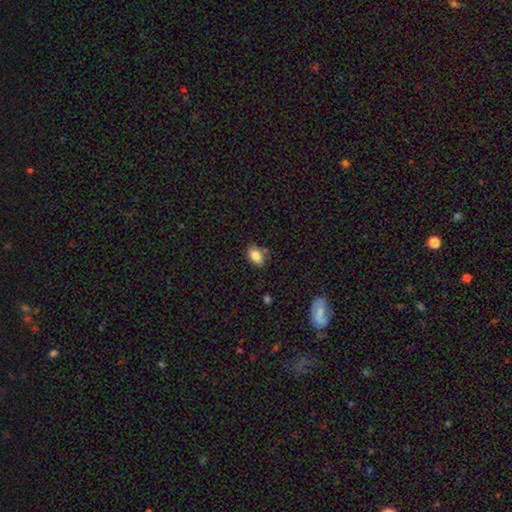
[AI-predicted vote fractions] A smooth galaxy with no disk features (84%) that is in between round and cigar-shaped (88%).

Vote fractions:
- Smooth or featured? smooth: 84% / star or artifact: 8% / featured or disk: 8%
- How rounded? in between: 88% / round: 10% / cigar-shaped: 2%
- Merging? none: 72% / minor disturbance: 17% / merger: 8% / major disturbance: 4%